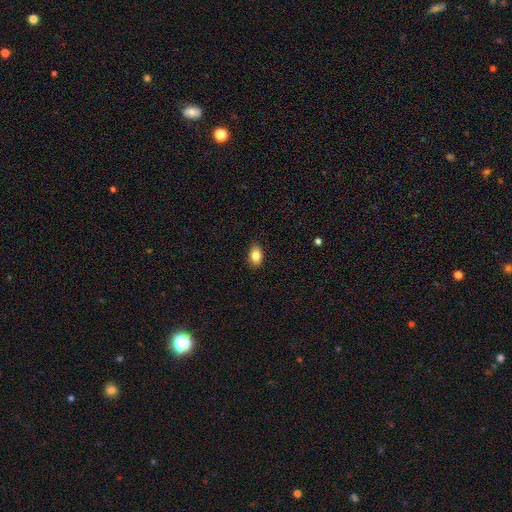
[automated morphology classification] type=smooth (84%); roundness=in between (84%); merging=none (89%).